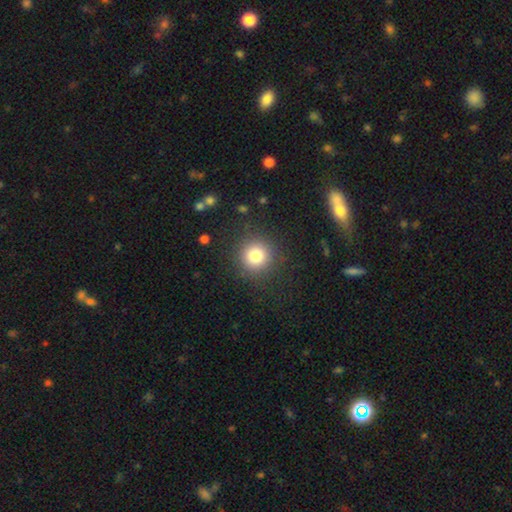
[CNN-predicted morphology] Overall: smooth (80%). How rounded: round (94%). Merging: none (90%).